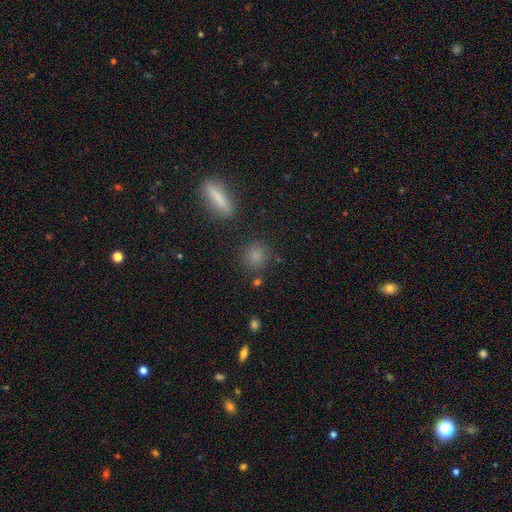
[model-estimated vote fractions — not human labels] Overall: smooth (80%). How rounded: round (85%). Merging: none (83%).